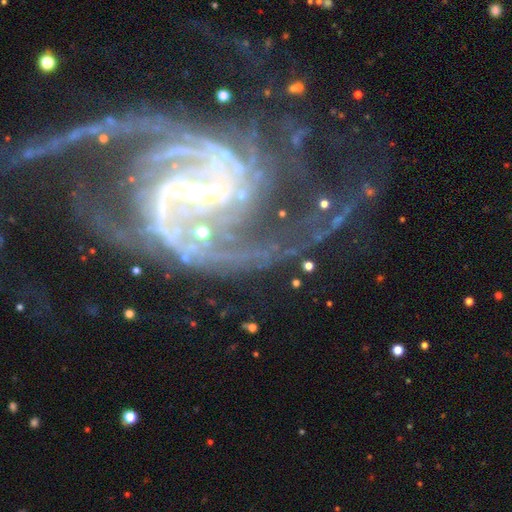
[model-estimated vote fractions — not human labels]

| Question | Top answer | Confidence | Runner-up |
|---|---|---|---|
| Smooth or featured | featured or disk | 92% | star or artifact (5%) |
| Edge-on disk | no | 98% | yes (2%) |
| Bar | strong | 39% | tied: weak (39%) |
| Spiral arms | yes | 98% | no (2%) |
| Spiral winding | medium | 51% | tight (25%) |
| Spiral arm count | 2 | 58% | 3 (11%) |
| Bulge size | small | 70% | moderate (24%) |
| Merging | none | 52% | major disturbance (28%) |